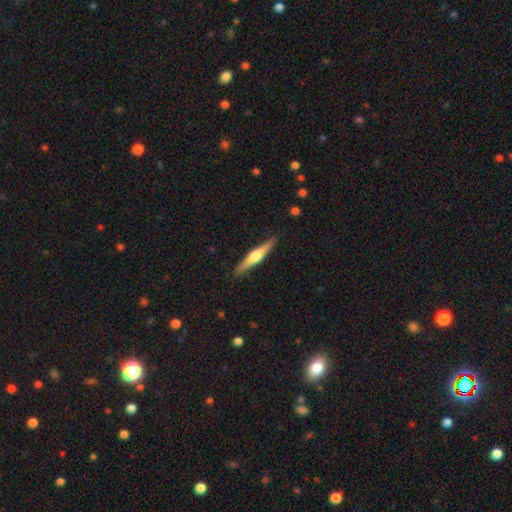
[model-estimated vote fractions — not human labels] Smooth or featured?
  - featured or disk: 60% *
  - smooth: 35%
  - star or artifact: 5%
Edge-on disk?
  - yes: 97% *
  - no: 3%
Edge-on bulge?
  - rounded: 86% *
  - boxy: 9%
  - none: 5%
Merging?
  - none: 89% *
  - minor disturbance: 8%
  - major disturbance: 2%
  - merger: 1%